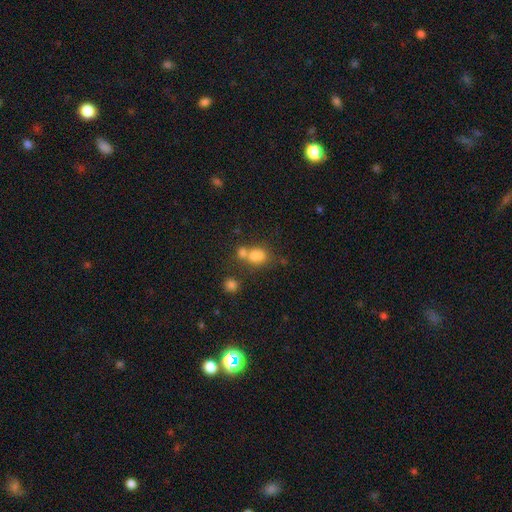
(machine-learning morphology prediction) A smooth galaxy with no disk features (75%) that is in between round and cigar-shaped (62%).

Vote fractions:
- Smooth or featured? smooth: 75% / star or artifact: 14% / featured or disk: 11%
- How rounded? in between: 62% / round: 36% / cigar-shaped: 2%
- Merging? merger: 48% / none: 33% / minor disturbance: 12% / major disturbance: 7%